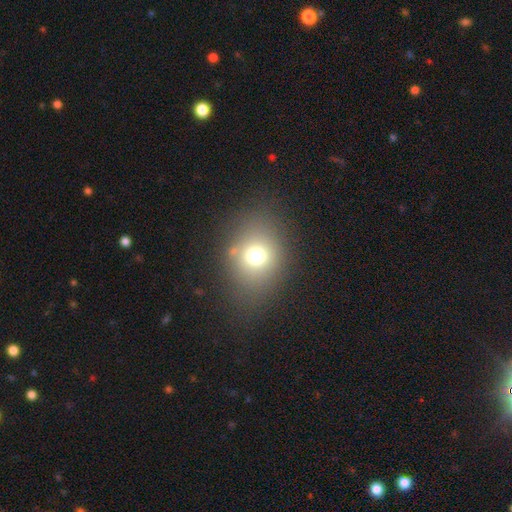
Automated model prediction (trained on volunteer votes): A smooth galaxy with no disk features (70%) that is round (59%). Merging: none (77%).